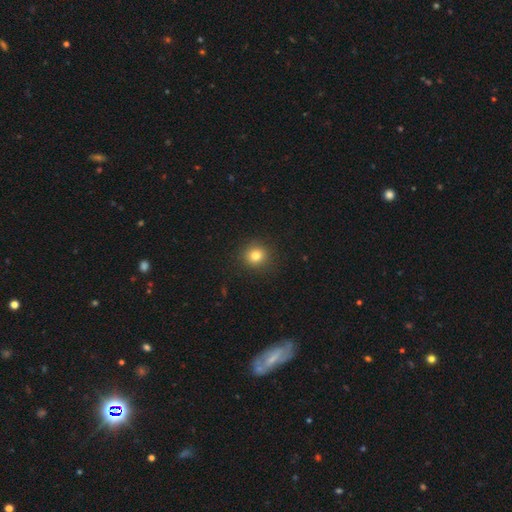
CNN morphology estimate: Smooth or featured? smooth (81%)
How rounded? round (90%)
Merging? none (89%)